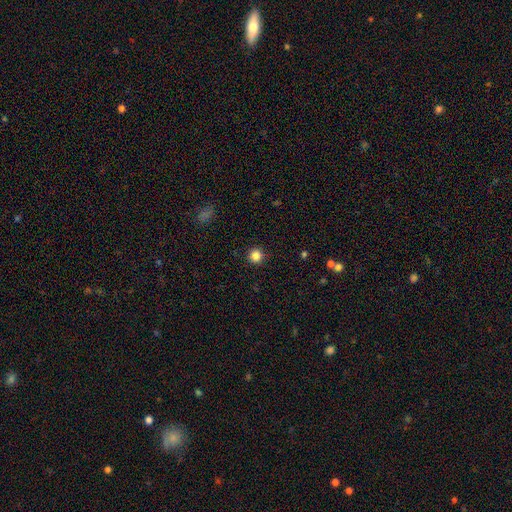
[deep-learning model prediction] Q: Smooth or featured?
A: smooth (84%); runner-up: star or artifact (12%)
Q: How rounded?
A: round (95%); runner-up: in between (4%)
Q: Merging?
A: none (92%); runner-up: minor disturbance (5%)